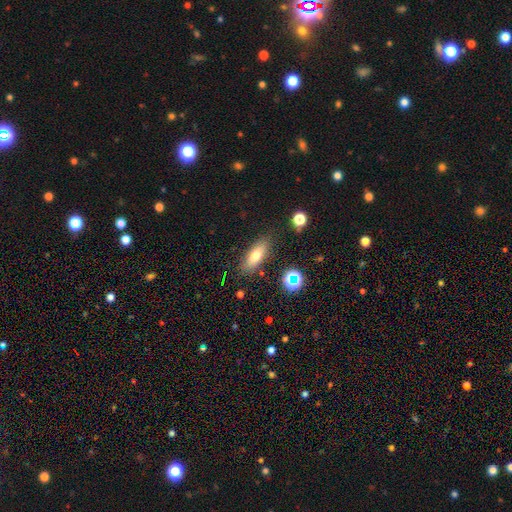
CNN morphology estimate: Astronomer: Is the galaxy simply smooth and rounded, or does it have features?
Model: smooth — 68%.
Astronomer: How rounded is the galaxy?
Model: in between — 70%.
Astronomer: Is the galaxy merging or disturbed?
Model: none — 82%.